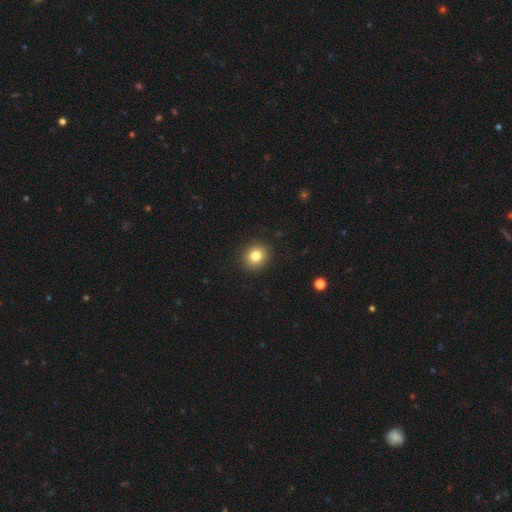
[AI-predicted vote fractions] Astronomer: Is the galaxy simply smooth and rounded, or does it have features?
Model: smooth — 83%.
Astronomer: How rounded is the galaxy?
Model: round — 82%.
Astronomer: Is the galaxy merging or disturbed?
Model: none — 91%.